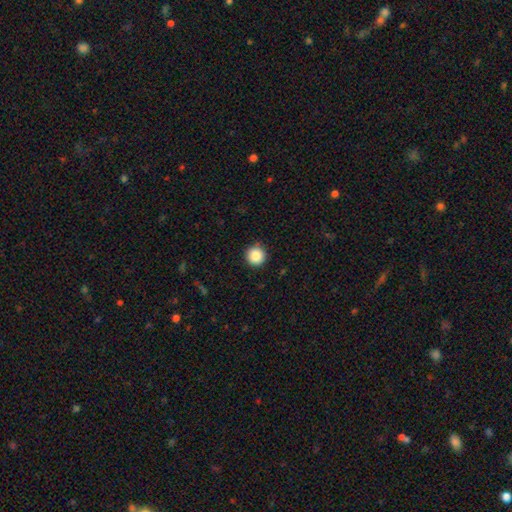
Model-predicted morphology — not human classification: A smooth galaxy with no disk features (87%) that is round (96%). Merging: none (92%).